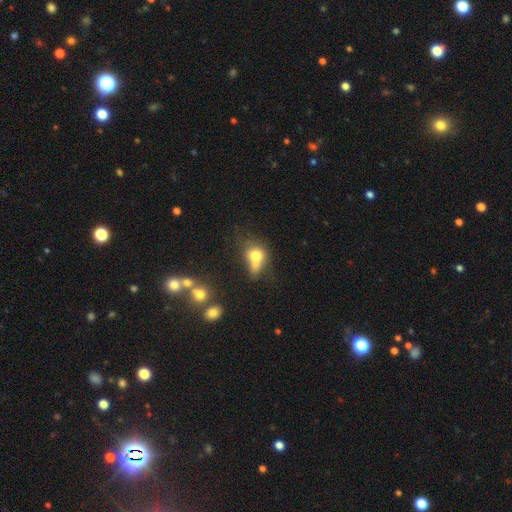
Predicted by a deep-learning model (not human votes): The model was most divided on "merging": merger: 31%, none: 26%, major disturbance: 21%, minor disturbance: 21%. More confident: smooth or featured — smooth (68%); how rounded — in between (54%).